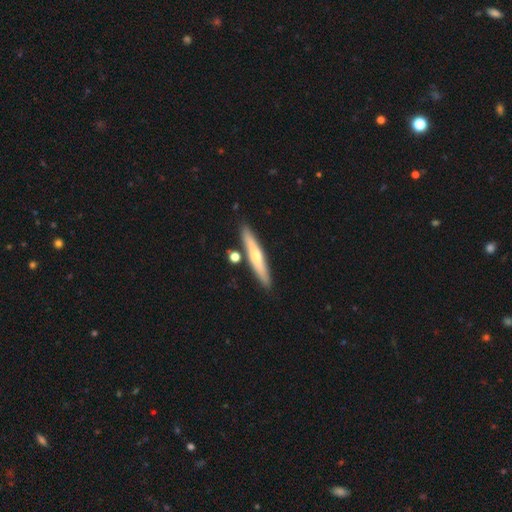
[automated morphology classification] Overall: featured or disk (50%; smooth 44%). Merging: none (85%).